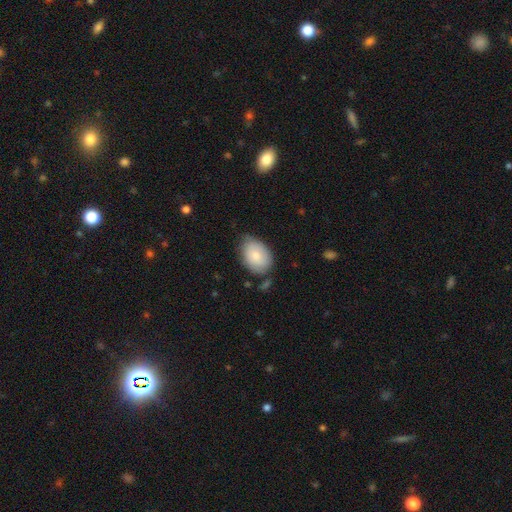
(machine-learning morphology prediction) This appears to be a smooth galaxy with no disk features (78%) that is in between round and cigar-shaped (80%). Merging: none (64%).